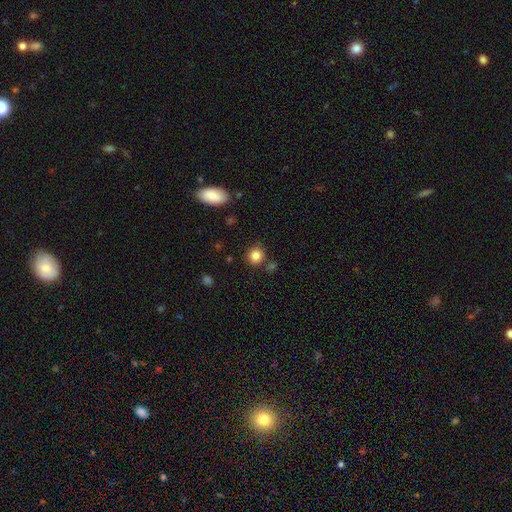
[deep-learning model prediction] A smooth galaxy with no disk features (84%) that is round (88%).

Vote fractions:
- Smooth or featured? smooth: 84% / star or artifact: 11% / featured or disk: 5%
- How rounded? round: 88% / in between: 11% / cigar-shaped: 1%
- Merging? none: 82% / minor disturbance: 9% / merger: 6% / major disturbance: 3%